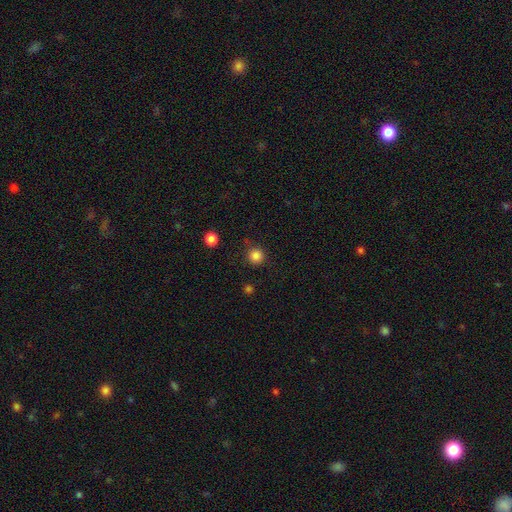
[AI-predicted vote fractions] Smooth or featured: smooth — 85% (star or artifact — 12%)
How rounded: round — 95% (in between — 4%)
Merging: none — 85% (minor disturbance — 9%)